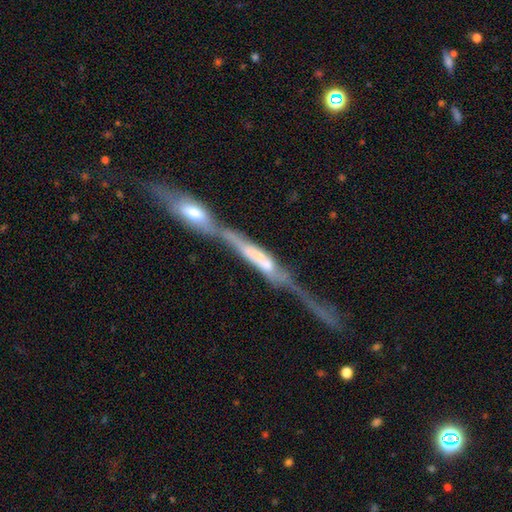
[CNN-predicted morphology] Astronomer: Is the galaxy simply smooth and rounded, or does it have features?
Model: featured or disk — 63%.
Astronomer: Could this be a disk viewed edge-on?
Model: yes — 70%.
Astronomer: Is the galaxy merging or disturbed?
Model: merger — 71%.